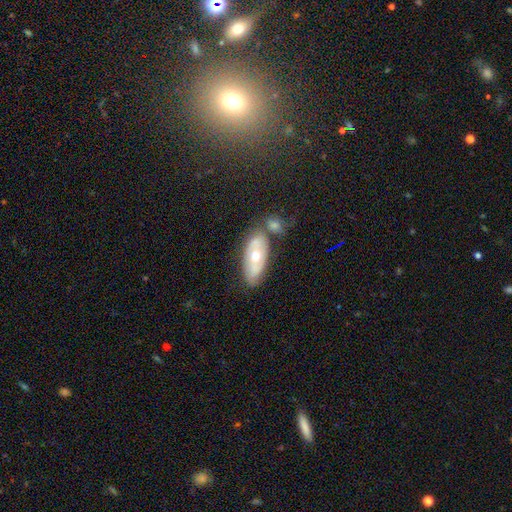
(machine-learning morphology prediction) The model was most divided on "smooth or featured": featured or disk: 49%, smooth: 44%, star or artifact: 7%. More confident: merging — none (58%).